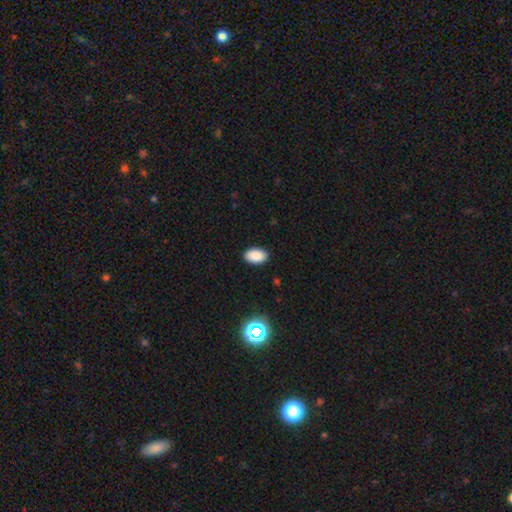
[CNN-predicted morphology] This is clearly a smooth galaxy (87%). How rounded: clearly in between (93%). Merging: clearly none (89%).